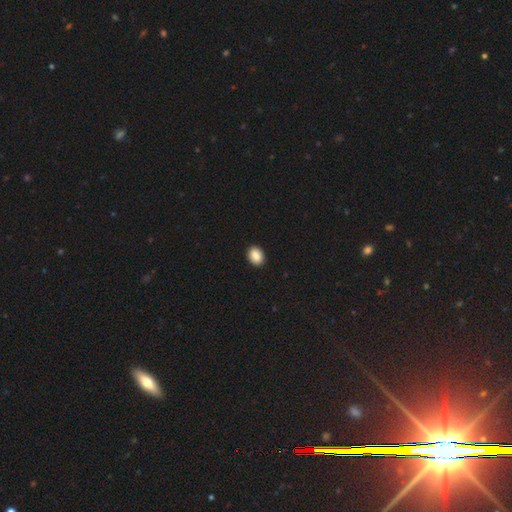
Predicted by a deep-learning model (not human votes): A smooth galaxy with no disk features (89%) that is in between round and cigar-shaped (72%). Merging: none (92%).